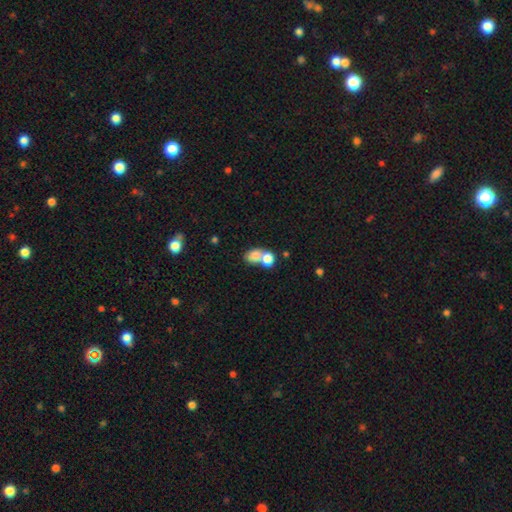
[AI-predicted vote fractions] Smooth or featured: smooth — 78% (featured or disk — 12%)
How rounded: in between — 64% (round — 35%)
Merging: merger — 60% (none — 27%)